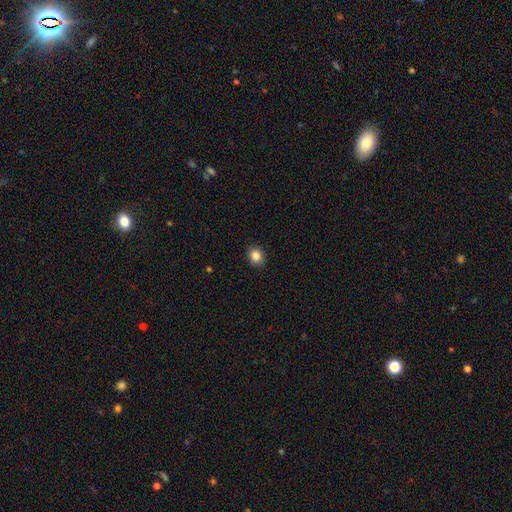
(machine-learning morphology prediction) Smooth or featured? Predicted: smooth (p=0.85). How rounded? Predicted: round (p=0.69). Merging? Predicted: none (p=0.90).